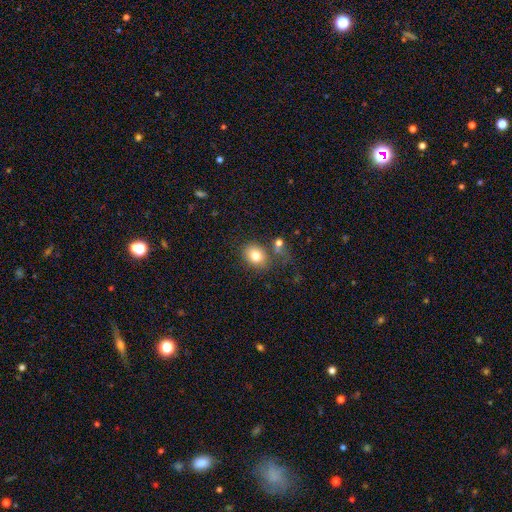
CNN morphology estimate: Smooth or featured? smooth (80%)
How rounded? in between (54%)
Merging? none (69%)